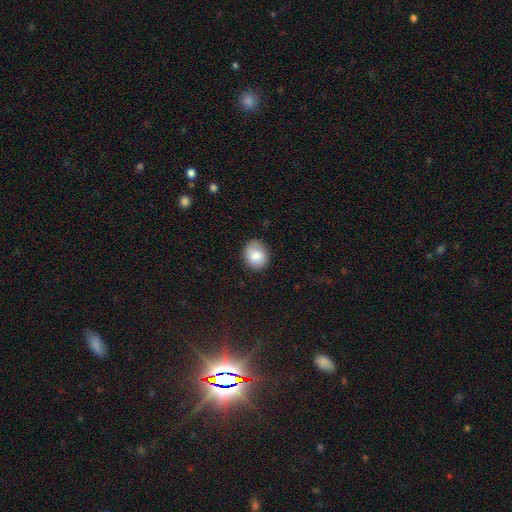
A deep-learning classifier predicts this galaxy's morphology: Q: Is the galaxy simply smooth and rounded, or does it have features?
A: smooth — 83%.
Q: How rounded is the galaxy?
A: round — 65%.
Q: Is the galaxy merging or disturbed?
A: none — 80%.